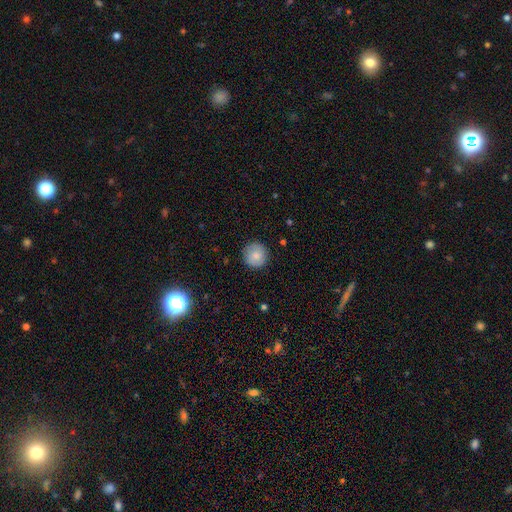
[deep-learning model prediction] A smooth galaxy with no disk features (80%) that is round (94%).

Vote fractions:
- Smooth or featured? smooth: 80% / featured or disk: 12% / star or artifact: 8%
- How rounded? round: 94% / in between: 5% / cigar-shaped: 1%
- Merging? none: 89% / minor disturbance: 8% / major disturbance: 2% / merger: 1%